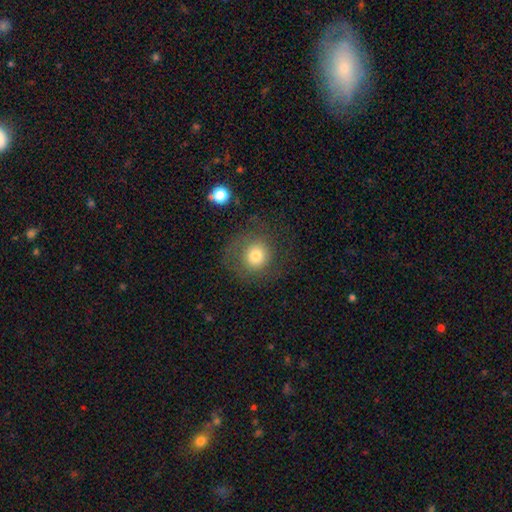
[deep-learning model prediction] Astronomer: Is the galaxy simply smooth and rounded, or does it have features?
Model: smooth — 72%.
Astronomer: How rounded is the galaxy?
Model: round — 88%.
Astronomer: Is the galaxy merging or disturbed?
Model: none — 67%.